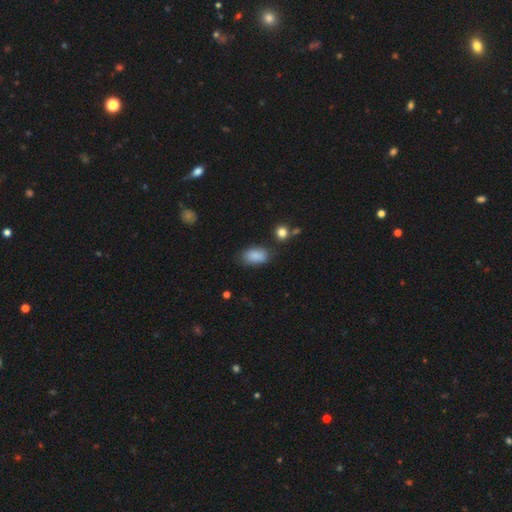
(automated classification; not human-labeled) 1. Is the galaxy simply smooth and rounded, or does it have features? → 87% smooth, 8% star or artifact, 5% featured or disk.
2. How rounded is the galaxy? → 91% in between, 6% round, 2% cigar-shaped.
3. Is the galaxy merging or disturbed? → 74% none, 18% minor disturbance, 4% major disturbance, 3% merger.